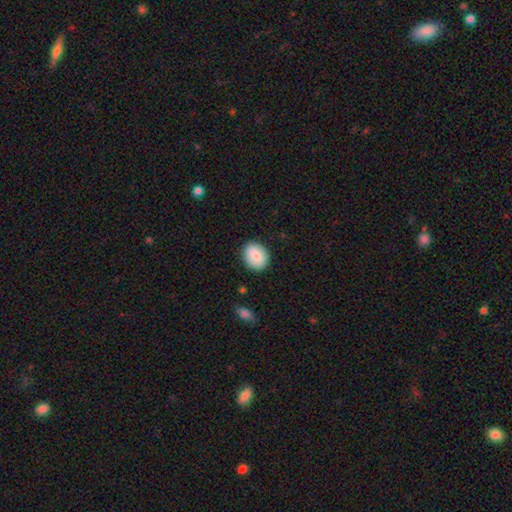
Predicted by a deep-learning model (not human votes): The model was most divided on "how rounded": round: 54%, in between: 45%, cigar-shaped: 1%. More confident: merging — none (86%); smooth or featured — smooth (83%).